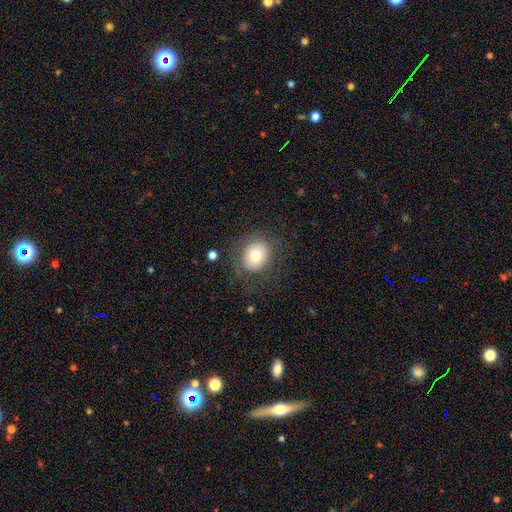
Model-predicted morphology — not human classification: smooth 75%, featured or disk 16%, star or artifact 10%. Down the decision tree: how rounded — round (68%); merging — none (76%).